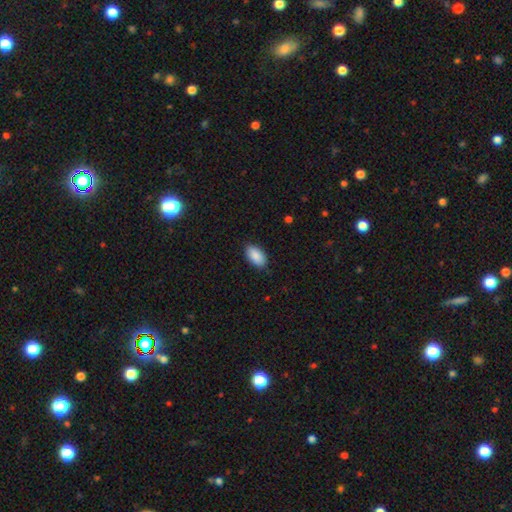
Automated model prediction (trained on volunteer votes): Q: Smooth or featured?
A: smooth (89%); runner-up: star or artifact (6%)
Q: How rounded?
A: in between (95%); runner-up: round (4%)
Q: Merging?
A: none (87%); runner-up: minor disturbance (10%)